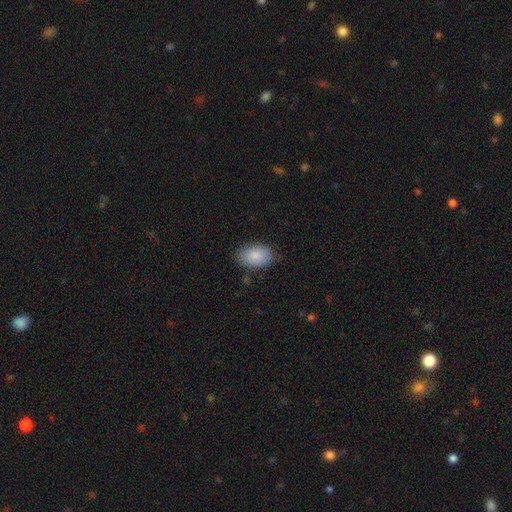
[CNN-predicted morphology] smooth_or_featured: smooth (p=0.87) [alt: featured or disk p=0.07]
how_rounded: in between (p=0.91) [alt: round p=0.08]
merging: none (p=0.80) [alt: minor disturbance p=0.15]